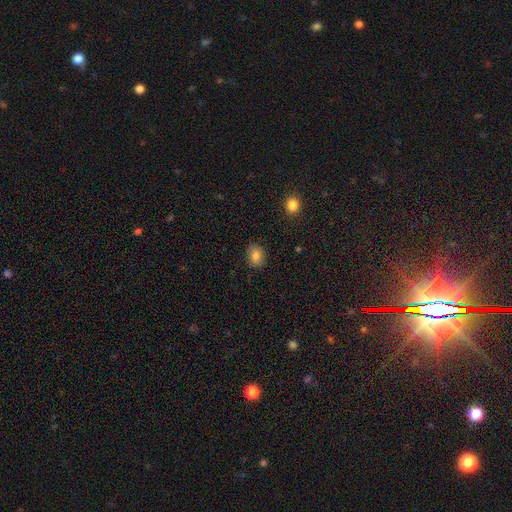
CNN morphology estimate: Smooth or featured?
  - smooth: 82% *
  - star or artifact: 10%
  - featured or disk: 8%
How rounded?
  - in between: 59% *
  - round: 40%
  - cigar-shaped: 1%
Merging?
  - none: 87% *
  - minor disturbance: 10%
  - major disturbance: 2%
  - merger: 1%